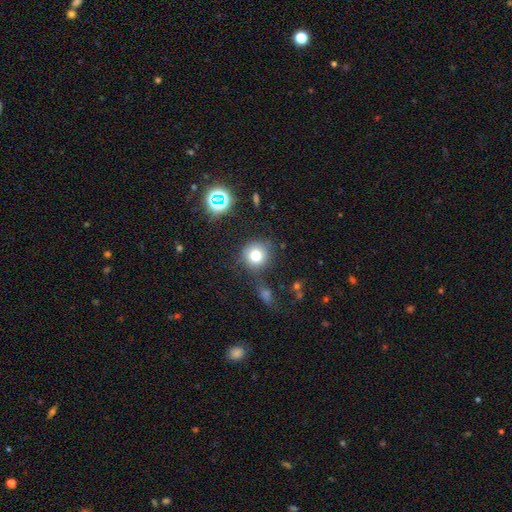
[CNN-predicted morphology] Smooth or featured? smooth (76%)
How rounded? round (91%)
Merging? none (75%)